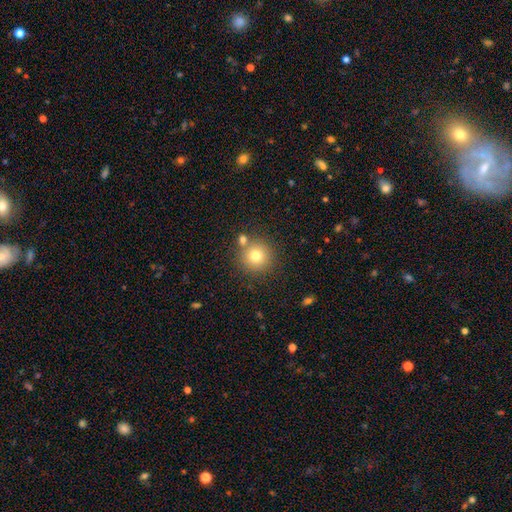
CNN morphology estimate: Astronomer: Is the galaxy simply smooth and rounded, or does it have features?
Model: smooth — 76%.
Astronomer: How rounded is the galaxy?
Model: round — 94%.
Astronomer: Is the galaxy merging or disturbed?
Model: none — 75%.